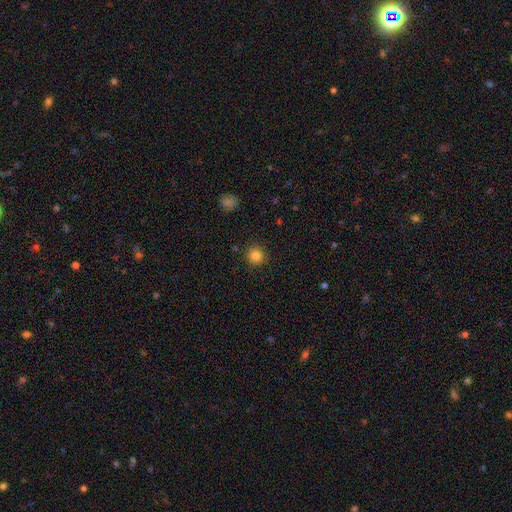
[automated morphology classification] type=smooth (84%); roundness=round (92%); merging=none (89%).